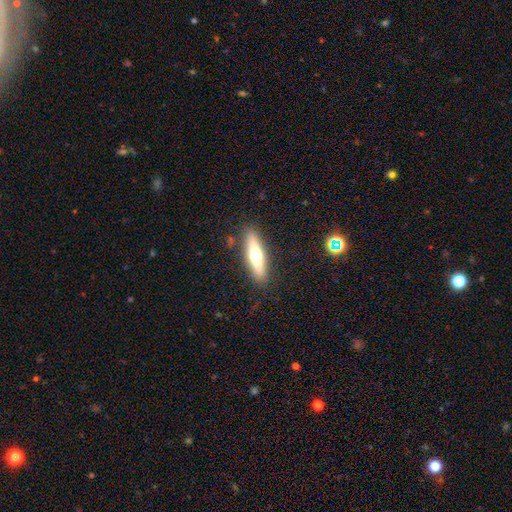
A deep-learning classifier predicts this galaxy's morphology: smooth_or_featured: smooth (p=0.53) [alt: featured or disk p=0.41]
how_rounded: cigar-shaped (p=0.72) [alt: in between p=0.26]
merging: none (p=0.87) [alt: minor disturbance p=0.09]